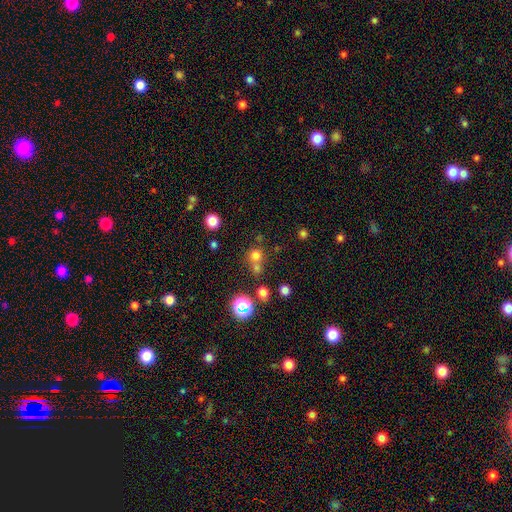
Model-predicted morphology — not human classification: A smooth galaxy with no disk features (70%) that is round (91%).

Vote fractions:
- Smooth or featured? smooth: 70% / star or artifact: 22% / featured or disk: 9%
- How rounded? round: 91% / in between: 8% / cigar-shaped: 1%
- Merging? none: 56% / merger: 33% / minor disturbance: 7% / major disturbance: 4%